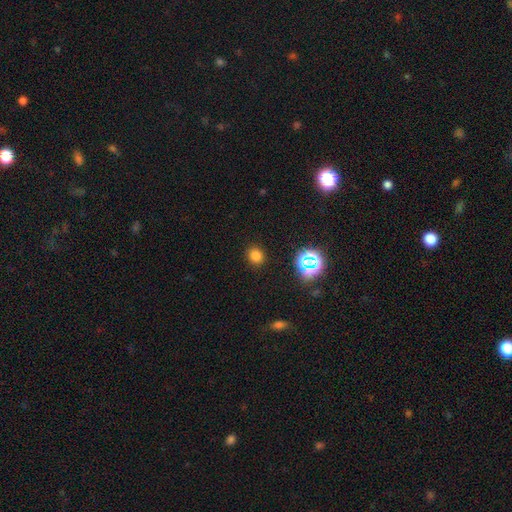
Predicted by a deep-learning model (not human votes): Smooth or featured? smooth (76%)
How rounded? round (80%)
Merging? none (89%)